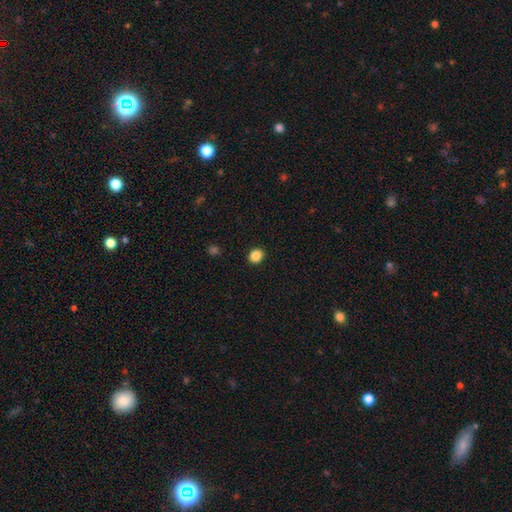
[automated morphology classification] smooth 86%, star or artifact 10%, featured or disk 4%. Down the decision tree: how rounded — round (76%); merging — none (92%).